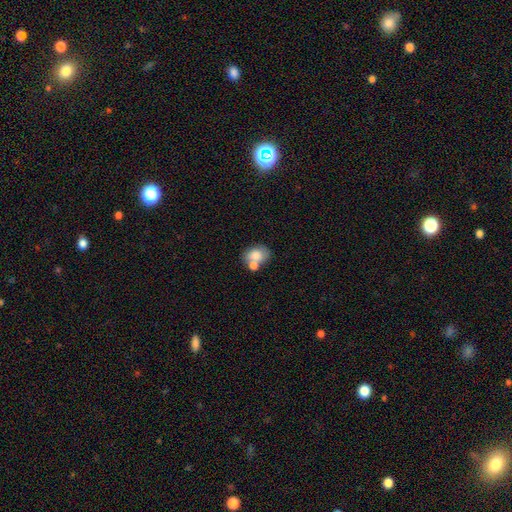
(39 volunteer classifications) smooth 87%, star or artifact 10%, featured or disk 3%. Down the decision tree: how rounded — in between (74%); merging — none (63%).